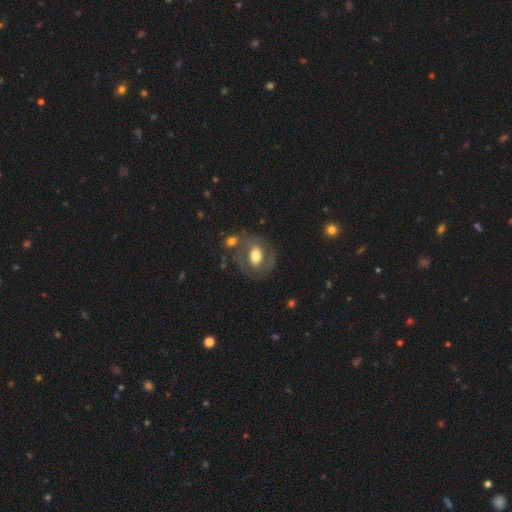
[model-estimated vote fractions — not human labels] Smooth or featured?
  - featured or disk: 53% *
  - smooth: 39%
  - star or artifact: 7%
Edge-on disk?
  - no: 95% *
  - yes: 5%
Bar?
  - no: 51% *
  - weak: 32%
  - strong: 18%
Spiral arms?
  - no: 53% *
  - yes: 47%
Bulge size?
  - moderate: 56% *
  - large: 32%
  - small: 7%
  - dominant: 3%
  - none: 1%
Merging?
  - none: 63% *
  - minor disturbance: 17%
  - major disturbance: 11%
  - merger: 9%